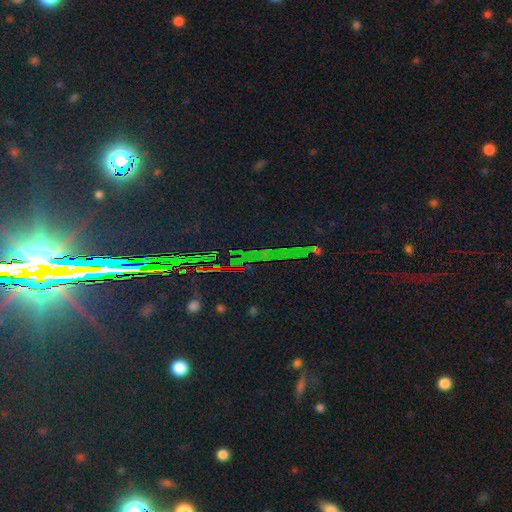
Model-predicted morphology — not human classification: Smooth or featured: star or artifact — 82% (smooth — 9%)